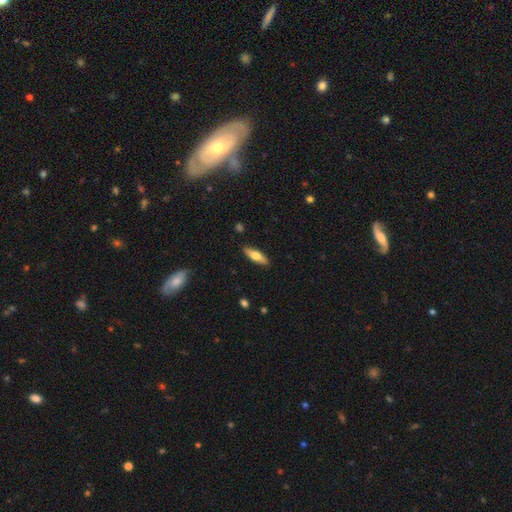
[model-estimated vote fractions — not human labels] Overall: smooth (59%; featured or disk 35%). How rounded: cigar-shaped (51%; in between 47%). Merging: none (88%).